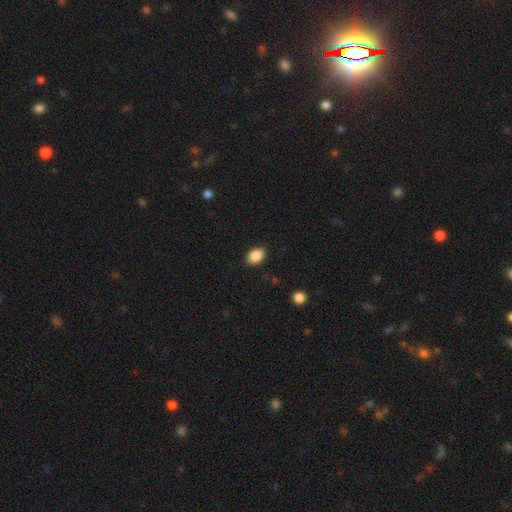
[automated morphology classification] smooth 89%, star or artifact 8%, featured or disk 3%. Down the decision tree: how rounded — in between (81%); merging — none (88%).